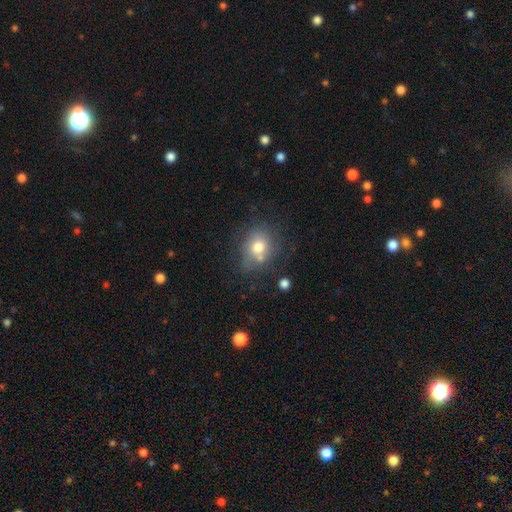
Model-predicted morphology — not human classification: Smooth or featured?
  - smooth: 60% *
  - star or artifact: 27%
  - featured or disk: 13%
How rounded?
  - round: 64% *
  - in between: 35%
  - cigar-shaped: 1%
Merging?
  - none: 84% *
  - minor disturbance: 10%
  - major disturbance: 4%
  - merger: 2%